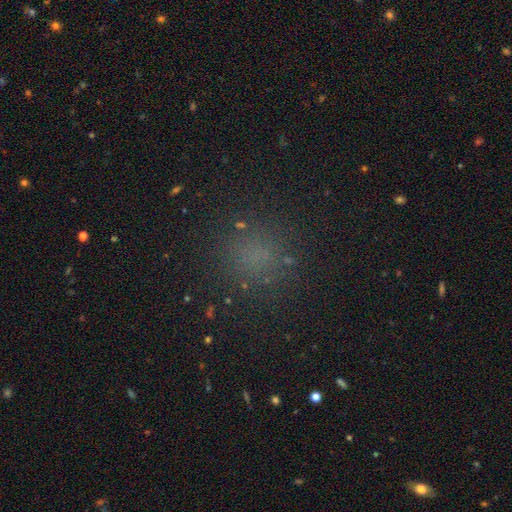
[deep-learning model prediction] Q: Smooth or featured?
A: smooth (65%); runner-up: star or artifact (28%)
Q: How rounded?
A: round (86%); runner-up: in between (12%)
Q: Merging?
A: none (85%); runner-up: minor disturbance (9%)